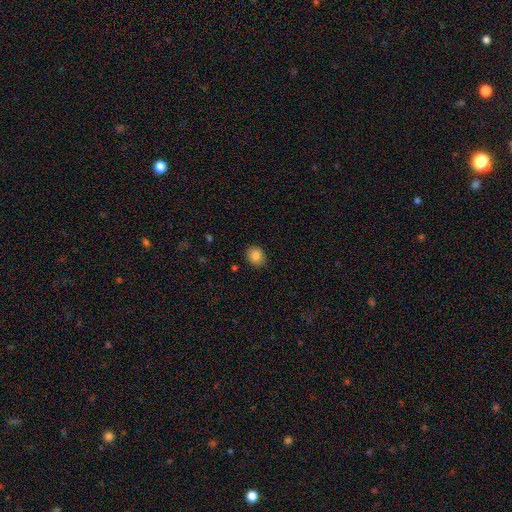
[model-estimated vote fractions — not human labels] smooth-or-featured: smooth: 84% | star or artifact: 9% | featured or disk: 7%
  how-rounded: round: 70% | in between: 30% | cigar-shaped: 1%
  merging: none: 88% | minor disturbance: 9% | major disturbance: 2% | merger: 1%